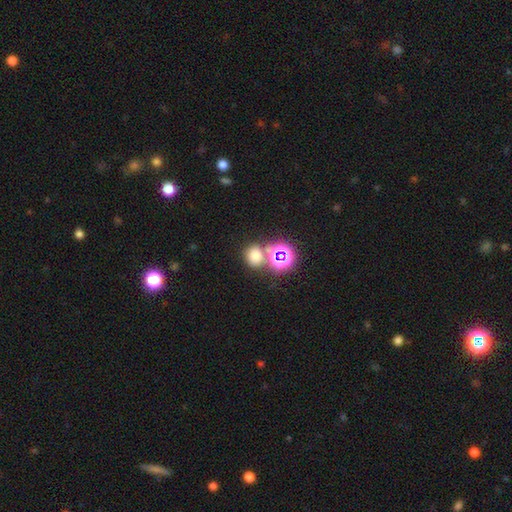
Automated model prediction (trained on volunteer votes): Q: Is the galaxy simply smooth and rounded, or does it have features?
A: smooth — 62%.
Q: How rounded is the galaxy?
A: round — 72%.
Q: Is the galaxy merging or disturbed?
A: none — 60%.